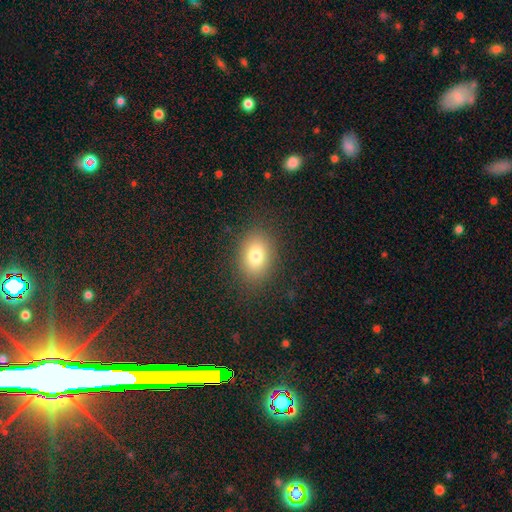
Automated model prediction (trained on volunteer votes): Smooth or featured? Predicted: smooth (p=0.79). How rounded? Predicted: in between (p=0.69). Merging? Predicted: none (p=0.86).